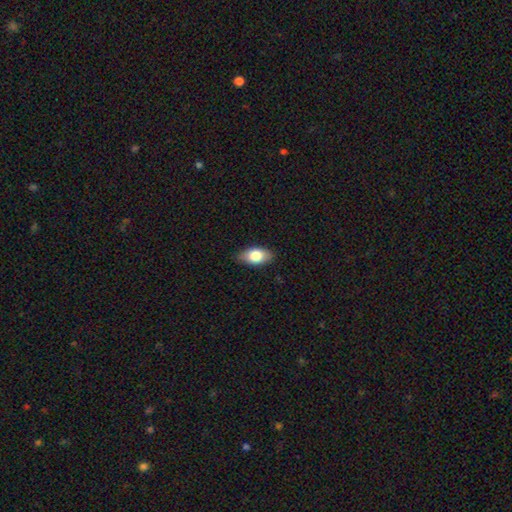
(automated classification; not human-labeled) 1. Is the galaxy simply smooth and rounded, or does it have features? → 77% smooth, 16% featured or disk, 7% star or artifact.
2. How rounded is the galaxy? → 90% in between, 6% round, 4% cigar-shaped.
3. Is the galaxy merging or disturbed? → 82% none, 14% minor disturbance, 2% major disturbance, 1% merger.